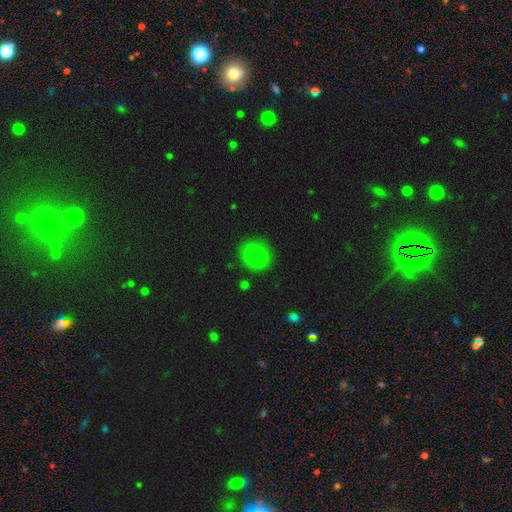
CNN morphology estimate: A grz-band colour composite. It shows a smooth galaxy with no disk features (81%) that is round (85%). Merging: none (86%).